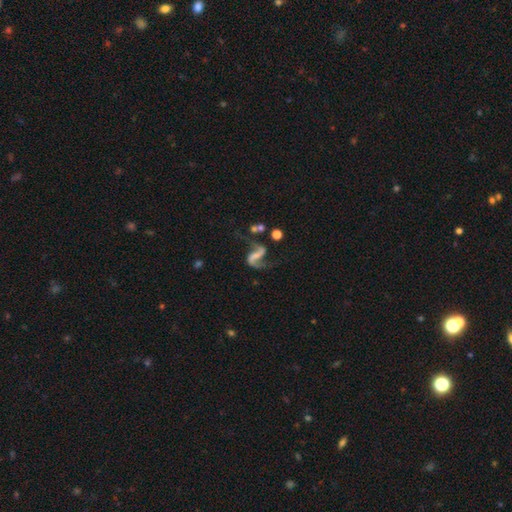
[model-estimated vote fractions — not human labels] A featured or disk galaxy (86%) with a strong bar (40%), 2 (90%) loose (75%) spiral arms (95%) and no central bulge (57%). Merging: none (57%).